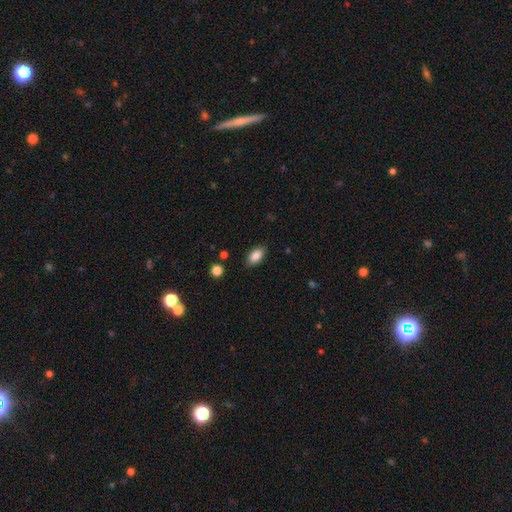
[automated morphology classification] Overall: smooth (86%). How rounded: in between (91%). Merging: none (86%).